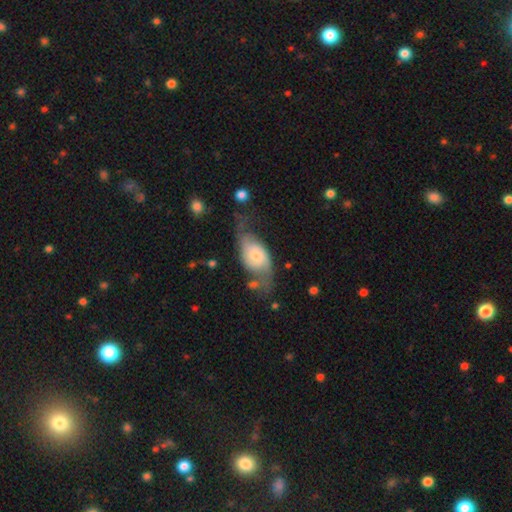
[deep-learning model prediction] This appears to be a featured or disk galaxy (61%) with no bar (61%), spiral arms (85%) and a small central bulge (44%). Merging: none (40%).